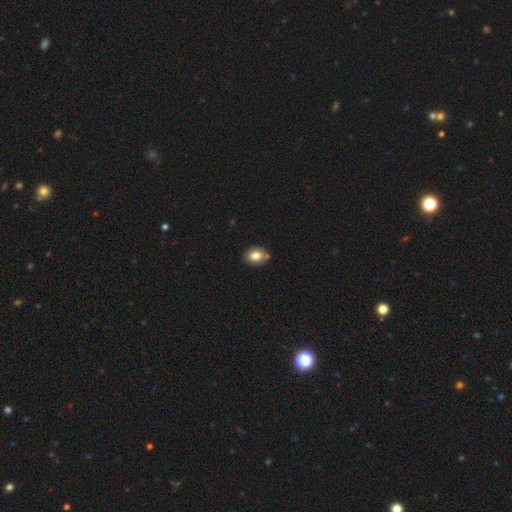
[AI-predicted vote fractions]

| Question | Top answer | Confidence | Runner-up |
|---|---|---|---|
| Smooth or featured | smooth | 79% | featured or disk (12%) |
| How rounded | in between | 60% | round (39%) |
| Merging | none | 76% | minor disturbance (14%) |